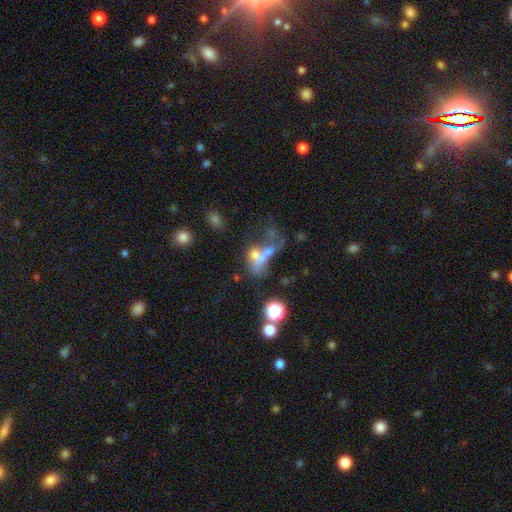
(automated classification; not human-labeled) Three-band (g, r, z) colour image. It shows a smooth galaxy with no disk features (37%). Merging: merger (43%).